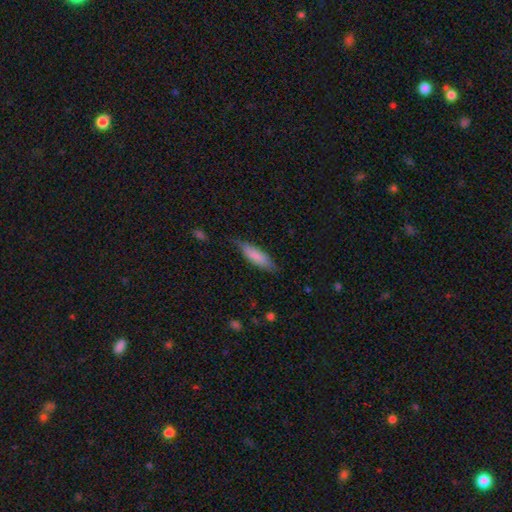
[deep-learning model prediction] Smooth or featured? smooth (78%)
How rounded? in between (50%)
Merging? none (65%)